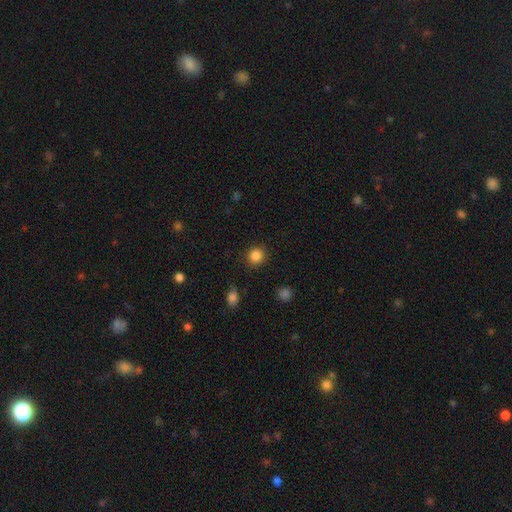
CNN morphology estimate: Smooth or featured? Predicted: smooth (p=0.86). How rounded? Predicted: round (p=0.89). Merging? Predicted: none (p=0.89).